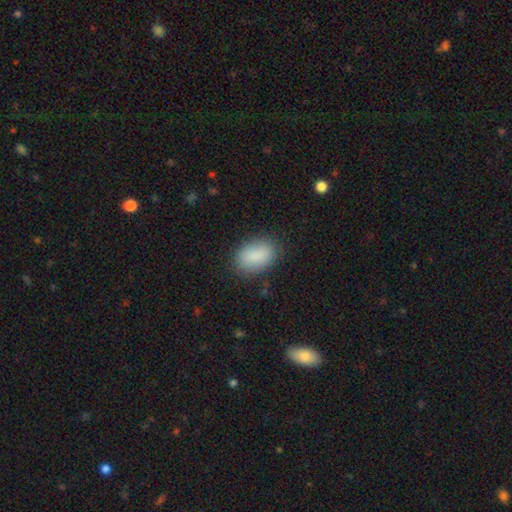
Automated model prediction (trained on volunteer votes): A smooth galaxy with no disk features (88%) that is in between round and cigar-shaped (88%). Merging: none (82%).